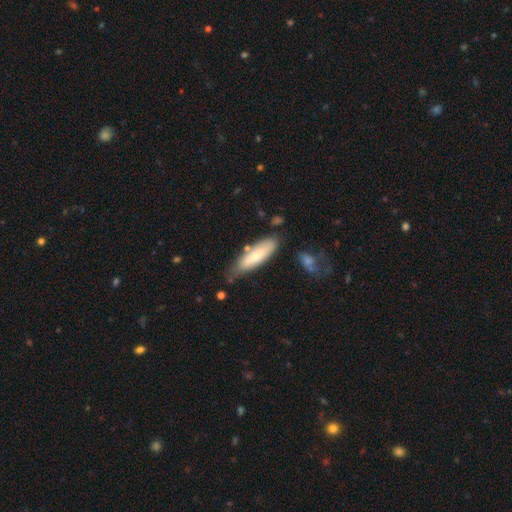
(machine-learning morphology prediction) This appears to be a smooth galaxy with no disk features (68%) that is cigar-shaped (55%). Merging: none (64%).